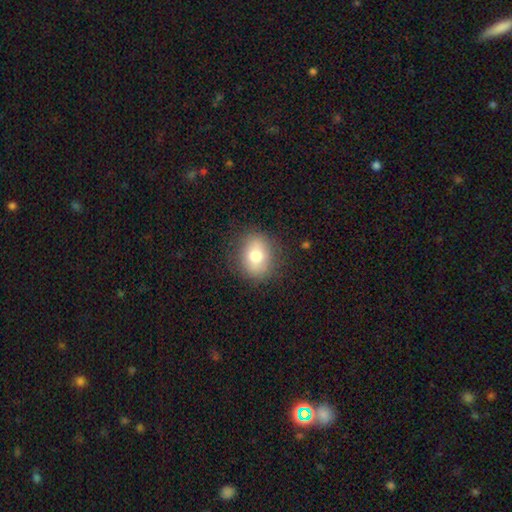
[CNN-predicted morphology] type=smooth (74%); roundness=round (54%); merging=none (84%).